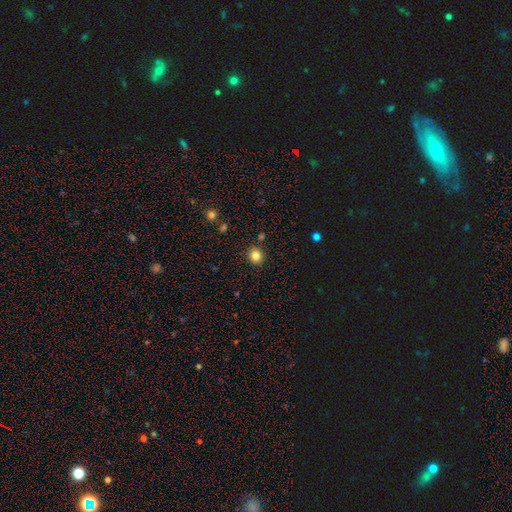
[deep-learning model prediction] Smooth or featured? Predicted: smooth (p=0.83). How rounded? Predicted: round (p=0.80). Merging? Predicted: none (p=0.88).